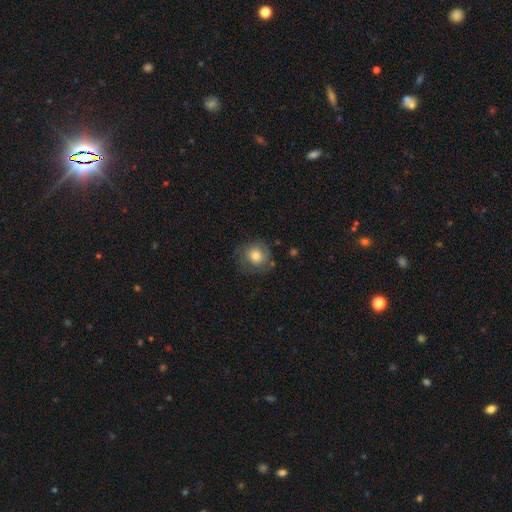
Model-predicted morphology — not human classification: type=smooth (69%); roundness=round (88%); merging=none (70%).